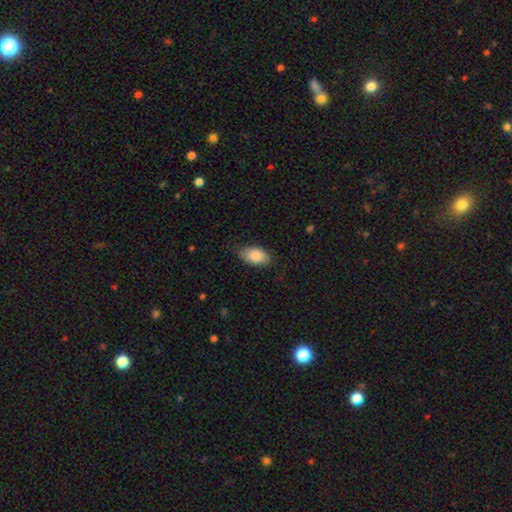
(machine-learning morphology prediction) type=smooth (88%); roundness=in between (94%); merging=none (75%).